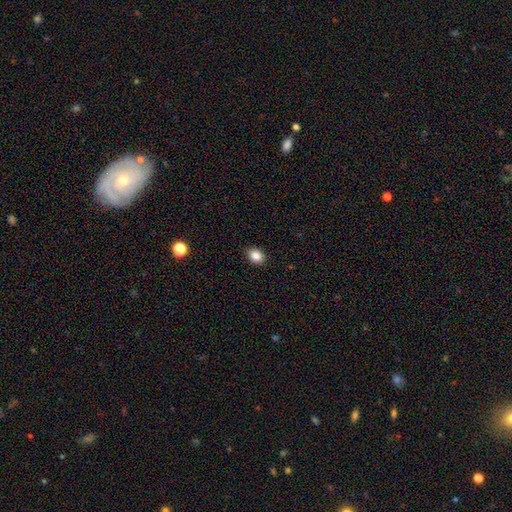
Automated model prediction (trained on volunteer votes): Smooth or featured? smooth (86%)
How rounded? in between (64%)
Merging? none (90%)